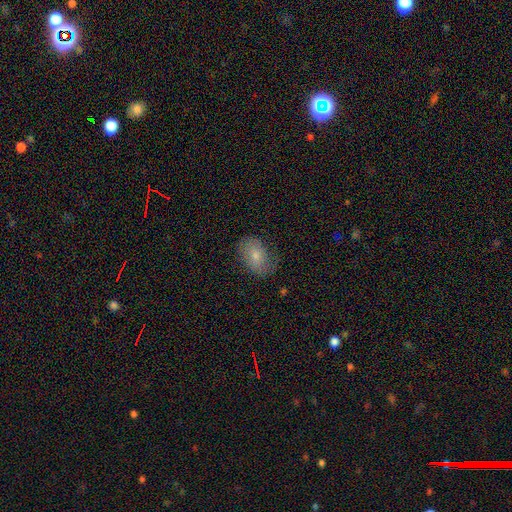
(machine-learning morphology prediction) smooth_or_featured: smooth (p=0.71) [alt: featured or disk p=0.21]
how_rounded: in between (p=0.83) [alt: round p=0.16]
merging: none (p=0.71) [alt: minor disturbance p=0.22]